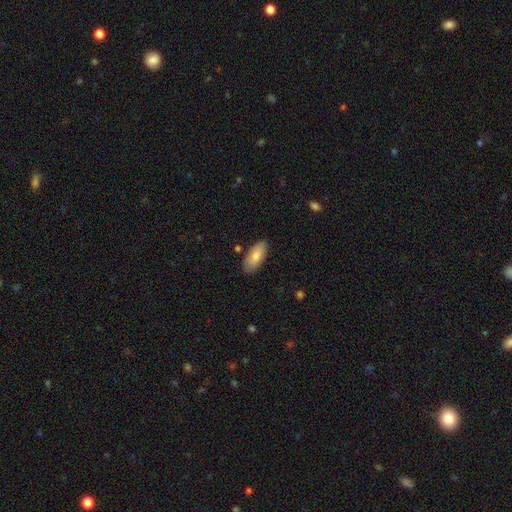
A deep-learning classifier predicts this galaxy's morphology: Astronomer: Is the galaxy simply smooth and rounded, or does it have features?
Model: smooth — 80%.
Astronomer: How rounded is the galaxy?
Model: in between — 90%.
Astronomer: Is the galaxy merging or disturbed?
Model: none — 84%.